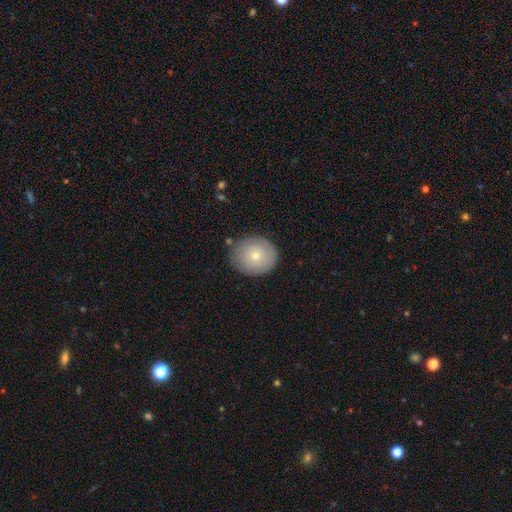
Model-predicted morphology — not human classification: This appears to be a smooth galaxy with no disk features (72%) that is round (79%). Merging: none (81%).